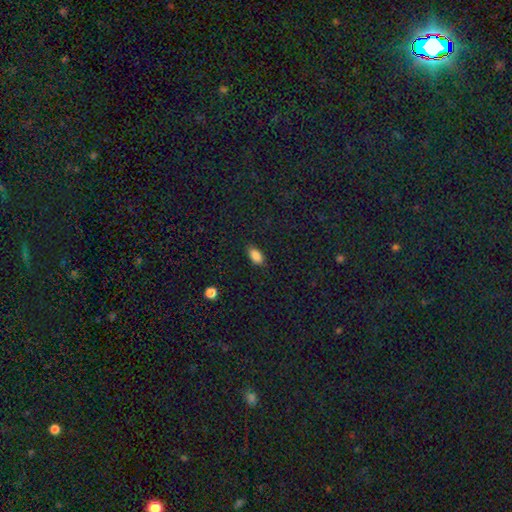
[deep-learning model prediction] Smooth or featured? Predicted: smooth (p=0.85). How rounded? Predicted: in between (p=0.91). Merging? Predicted: none (p=0.85).